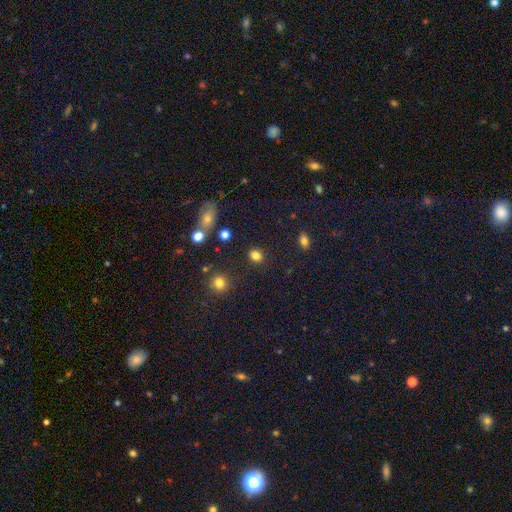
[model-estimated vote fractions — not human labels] This appears to be a smooth galaxy with no disk features (82%) that is round (56%). Merging: none (85%).